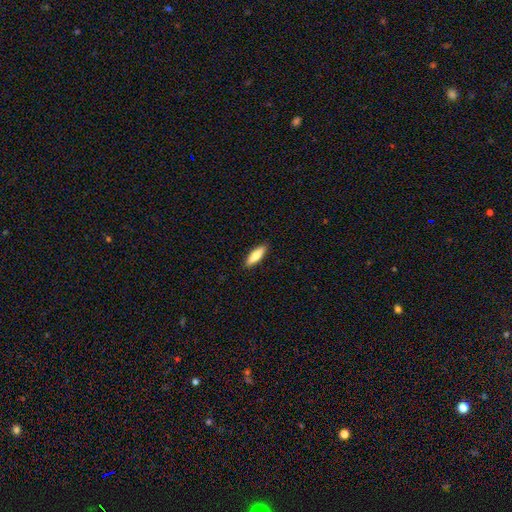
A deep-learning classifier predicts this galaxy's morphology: Smooth or featured? smooth (78%)
How rounded? cigar-shaped (59%)
Merging? none (90%)